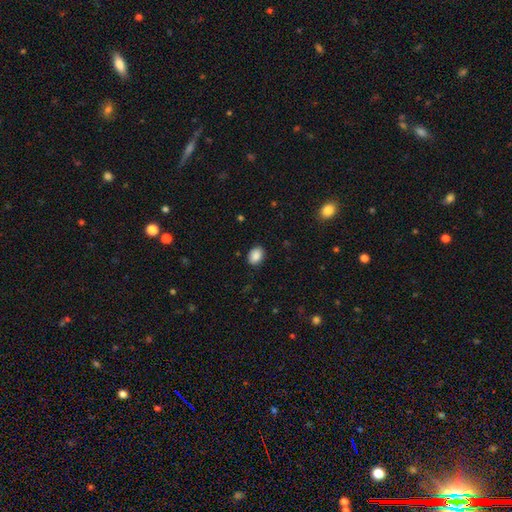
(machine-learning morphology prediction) smooth 88%, star or artifact 8%, featured or disk 5%. Down the decision tree: how rounded — in between (73%); merging — none (87%).